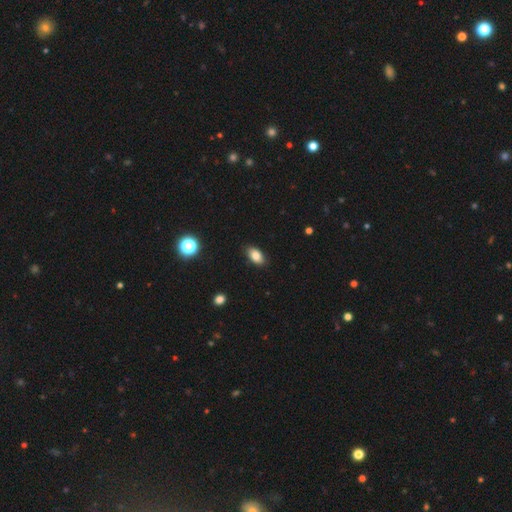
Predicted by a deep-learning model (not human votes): Q: Smooth or featured?
A: smooth (82%); runner-up: star or artifact (9%)
Q: How rounded?
A: in between (91%); runner-up: round (6%)
Q: Merging?
A: none (87%); runner-up: minor disturbance (10%)